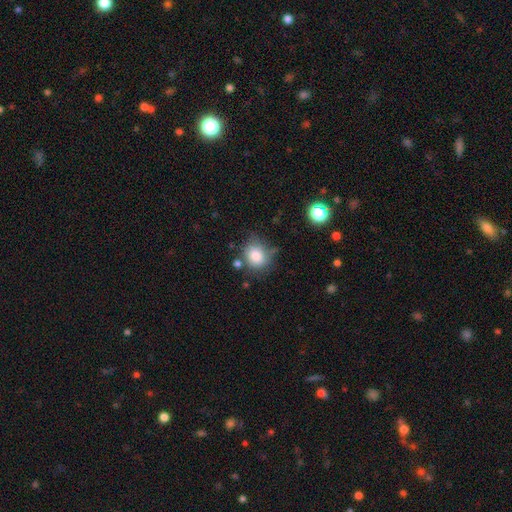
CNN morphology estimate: type=smooth (82%); roundness=round (69%); merging=none (58%).